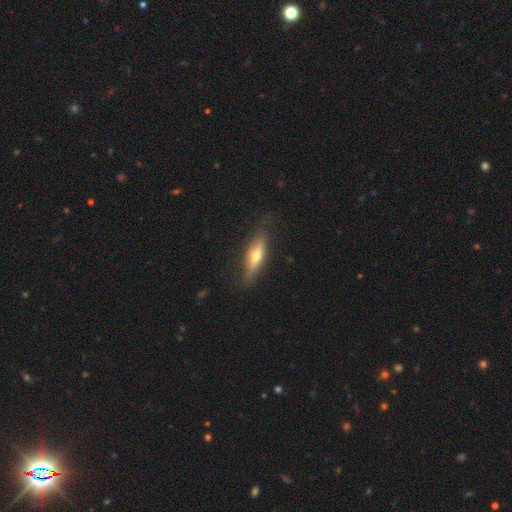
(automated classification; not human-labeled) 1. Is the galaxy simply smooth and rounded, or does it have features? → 48% smooth, 46% featured or disk, 6% star or artifact.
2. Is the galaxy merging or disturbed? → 77% none, 17% minor disturbance, 5% major disturbance, 1% merger.